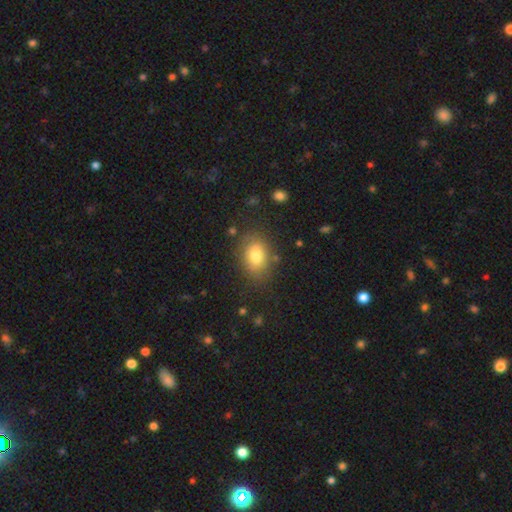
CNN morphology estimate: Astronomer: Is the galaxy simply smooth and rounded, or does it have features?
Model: smooth — 78%.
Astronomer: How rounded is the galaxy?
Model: in between — 76%.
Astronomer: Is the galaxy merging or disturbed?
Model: none — 78%.